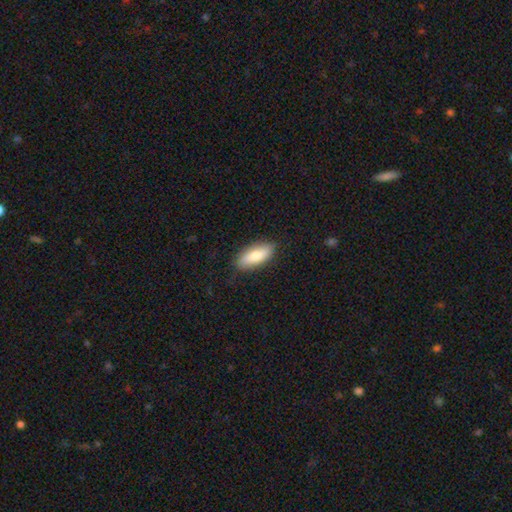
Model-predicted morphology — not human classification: smooth-or-featured: smooth: 78% | featured or disk: 16% | star or artifact: 6%
  how-rounded: in between: 77% | cigar-shaped: 21% | round: 2%
  merging: none: 86% | minor disturbance: 11% | major disturbance: 2% | merger: 1%